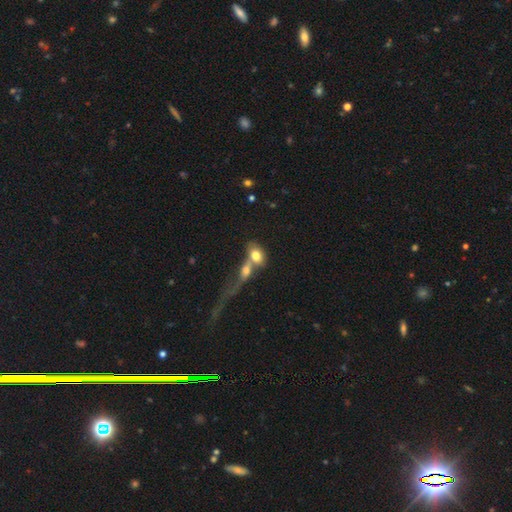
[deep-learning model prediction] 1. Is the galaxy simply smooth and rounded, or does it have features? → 72% smooth, 20% featured or disk, 8% star or artifact.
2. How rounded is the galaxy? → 77% in between, 19% round, 5% cigar-shaped.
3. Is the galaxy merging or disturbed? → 69% merger, 16% none, 9% major disturbance, 6% minor disturbance.